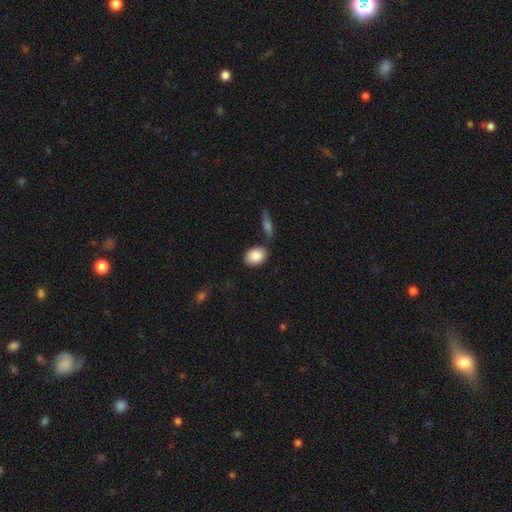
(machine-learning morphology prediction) smooth-or-featured: smooth: 88% | star or artifact: 6% | featured or disk: 6%
  how-rounded: in between: 79% | round: 19% | cigar-shaped: 2%
  merging: none: 71% | minor disturbance: 15% | merger: 10% | major disturbance: 4%